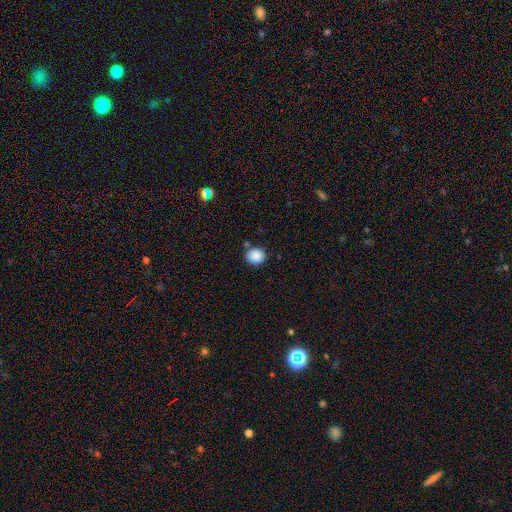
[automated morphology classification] This is clearly a smooth galaxy (88%). How rounded: likely round (76%). Merging: clearly none (81%).